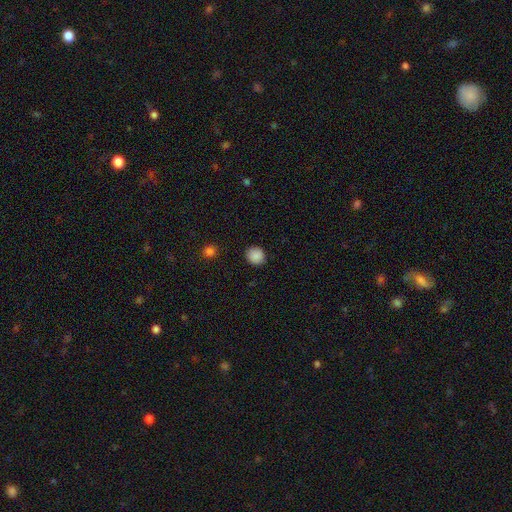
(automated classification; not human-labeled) Smooth or featured? smooth (88%)
How rounded? round (87%)
Merging? none (90%)